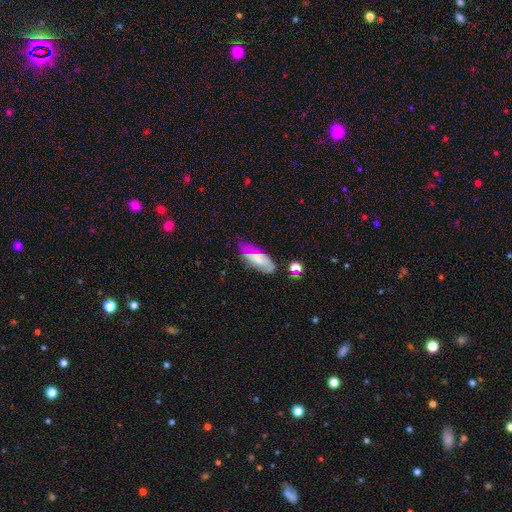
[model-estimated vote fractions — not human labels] Smooth or featured: smooth — 46% (featured or disk — 45%)
Merging: none — 59% (minor disturbance — 28%)